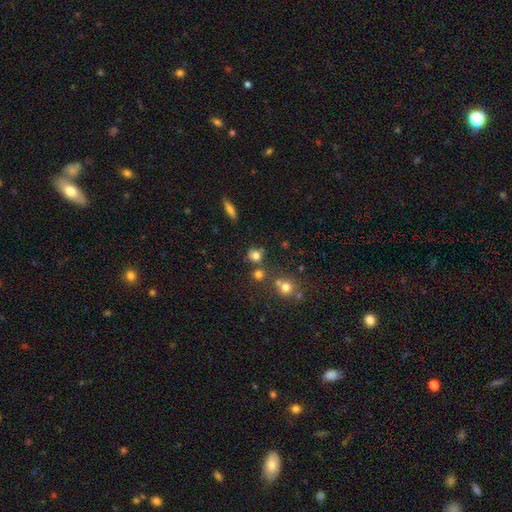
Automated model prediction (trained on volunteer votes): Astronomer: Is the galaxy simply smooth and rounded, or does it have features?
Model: smooth — 75%.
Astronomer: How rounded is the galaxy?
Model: round — 82%.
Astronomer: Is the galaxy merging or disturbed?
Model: none — 65%.